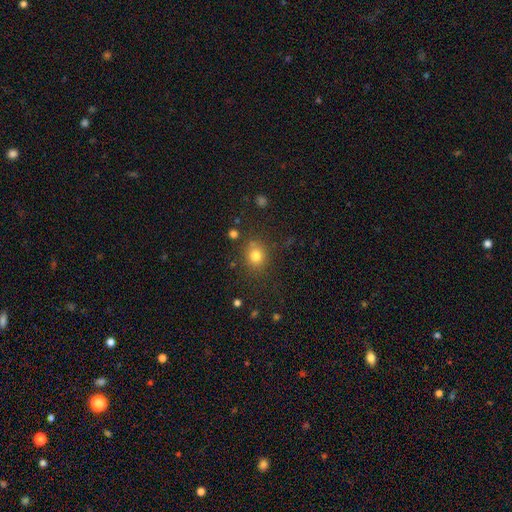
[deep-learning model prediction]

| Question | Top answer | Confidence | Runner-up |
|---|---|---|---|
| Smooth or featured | smooth | 79% | star or artifact (14%) |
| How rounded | round | 78% | in between (21%) |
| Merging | none | 80% | minor disturbance (11%) |